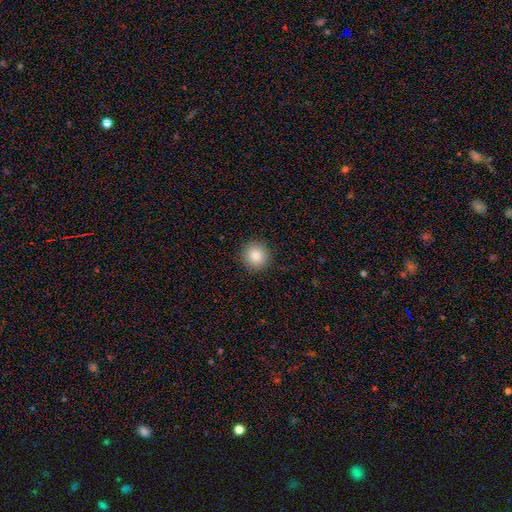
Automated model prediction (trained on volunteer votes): This appears to be a smooth galaxy with no disk features (85%) that is round (94%). Merging: none (92%).